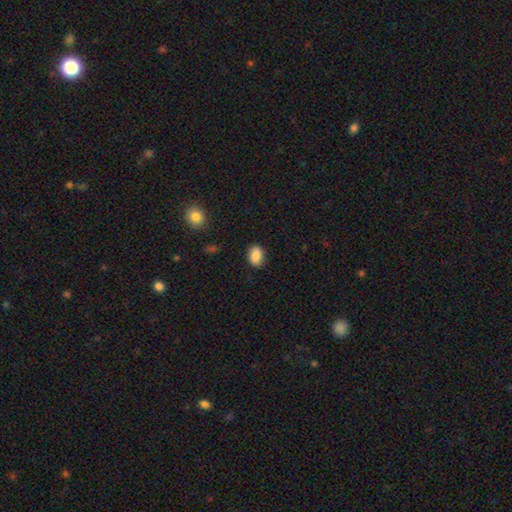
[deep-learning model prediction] Smooth or featured? Predicted: smooth (p=0.85). How rounded? Predicted: in between (p=0.74). Merging? Predicted: none (p=0.82).